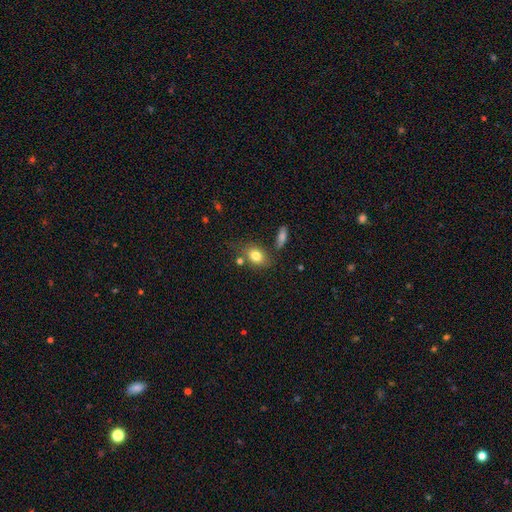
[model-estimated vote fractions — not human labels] This is likely a smooth galaxy (80%). How rounded: likely in between (71%). Merging: likely none (64%).